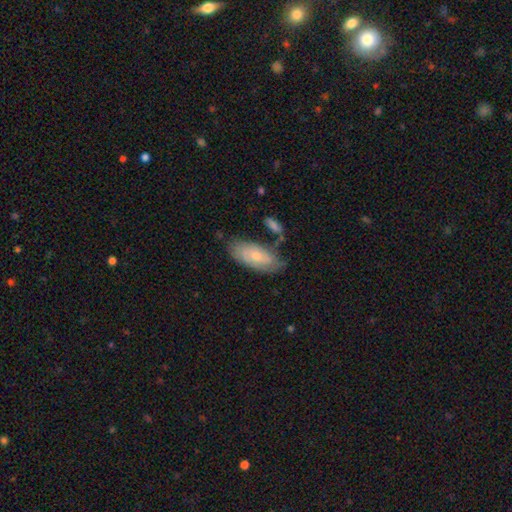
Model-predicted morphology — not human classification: The model was most divided on "smooth or featured": smooth: 49%, featured or disk: 45%, star or artifact: 6%. More confident: merging — none (62%).